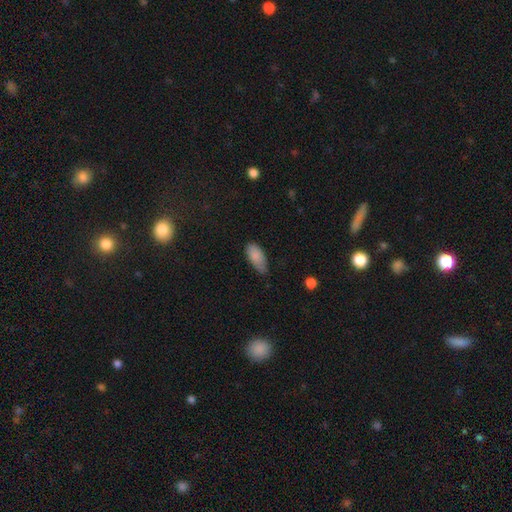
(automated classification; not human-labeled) This appears to be a smooth galaxy with no disk features (86%) that is in between round and cigar-shaped (89%). Merging: none (54%).